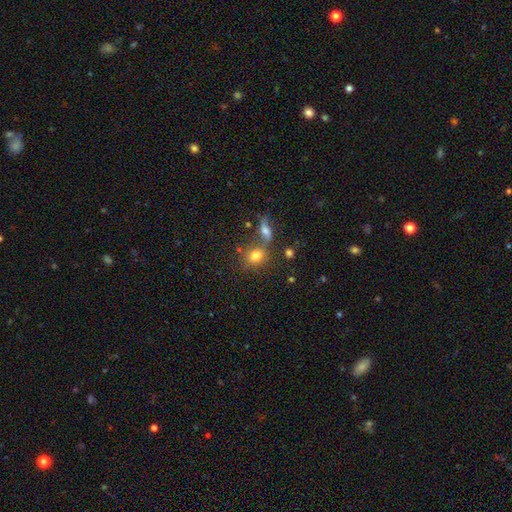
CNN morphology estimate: This is likely a smooth galaxy (74%). How rounded: possibly round (59%). Merging: possibly none (55%).